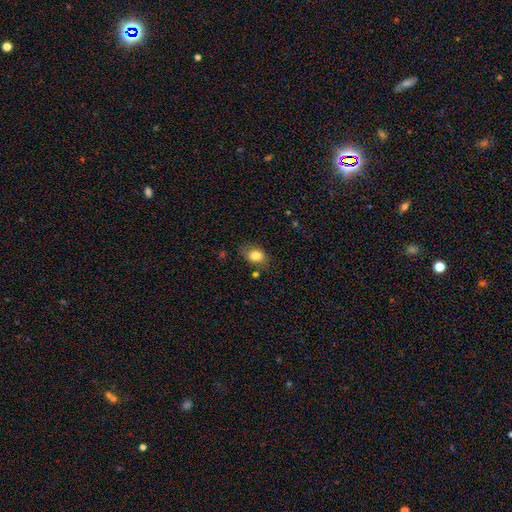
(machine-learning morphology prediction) This is clearly a smooth galaxy (81%). How rounded: likely in between (72%). Merging: likely none (72%).